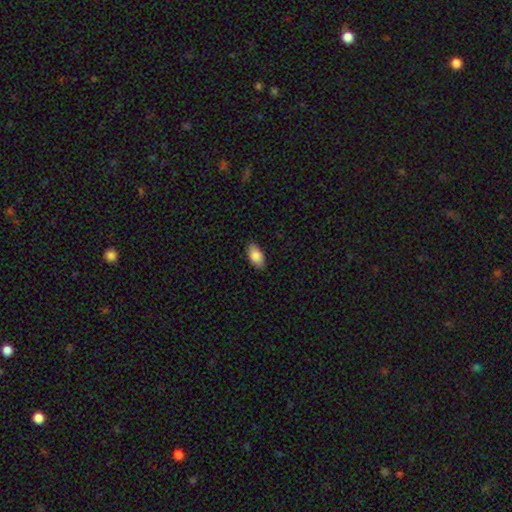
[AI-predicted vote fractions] Smooth or featured: smooth — 87% (featured or disk — 7%)
How rounded: in between — 93% (cigar-shaped — 3%)
Merging: none — 87% (minor disturbance — 10%)